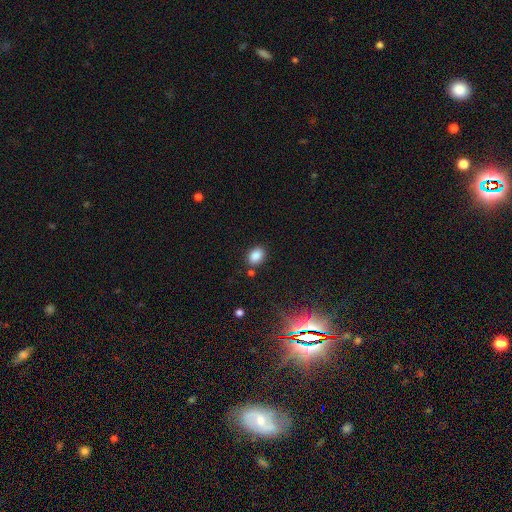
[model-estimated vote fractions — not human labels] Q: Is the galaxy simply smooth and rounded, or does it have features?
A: smooth — 85%.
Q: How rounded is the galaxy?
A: in between — 71%.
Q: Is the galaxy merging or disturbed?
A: none — 80%.